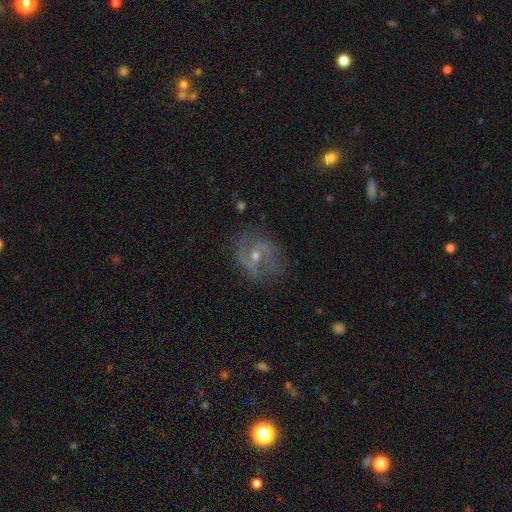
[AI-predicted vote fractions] Smooth or featured?
  - featured or disk: 83% *
  - smooth: 9%
  - star or artifact: 8%
Edge-on disk?
  - no: 97% *
  - yes: 3%
Bar?
  - weak: 47% *
  - no: 34%
  - strong: 19%
Spiral arms?
  - yes: 92% *
  - no: 8%
Spiral winding?
  - medium: 50% *
  - loose: 33%
  - tight: 17%
Spiral arm count?
  - 2: 84% *
  - can't tell: 6%
  - 1: 3%
  - 3: 3%
  - 4: 1%
  - more than 4: 1%
Bulge size?
  - moderate: 50% *
  - small: 47%
  - large: 1%
  - none: 1%
  - dominant: 1%
Merging?
  - none: 69% *
  - minor disturbance: 19%
  - major disturbance: 10%
  - merger: 2%